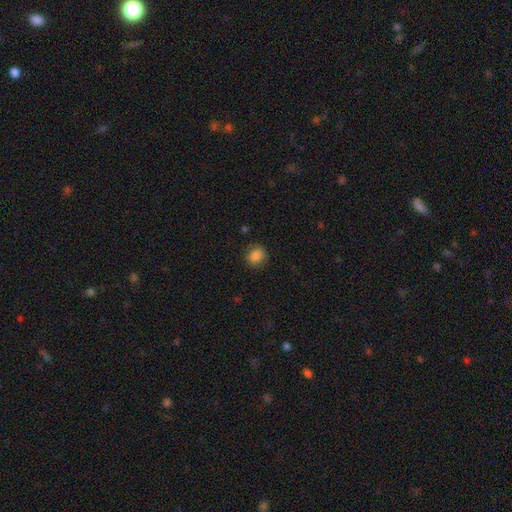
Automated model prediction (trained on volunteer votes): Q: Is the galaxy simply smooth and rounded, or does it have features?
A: smooth — 86%.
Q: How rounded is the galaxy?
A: round — 65%.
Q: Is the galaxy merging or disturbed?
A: none — 84%.